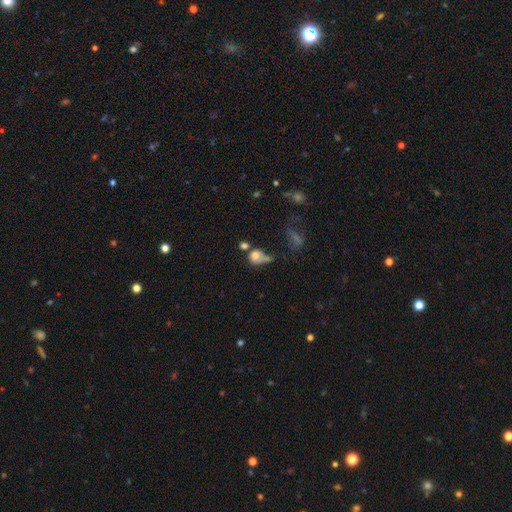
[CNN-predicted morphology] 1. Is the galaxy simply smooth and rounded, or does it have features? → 70% smooth, 17% featured or disk, 13% star or artifact.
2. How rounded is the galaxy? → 66% round, 32% in between, 3% cigar-shaped.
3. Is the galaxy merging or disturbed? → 30% none, 28% merger, 23% major disturbance, 19% minor disturbance.